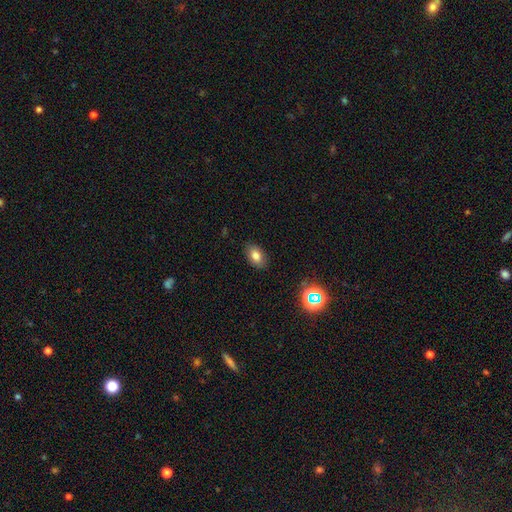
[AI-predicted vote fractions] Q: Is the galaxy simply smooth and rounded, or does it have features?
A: smooth — 79%.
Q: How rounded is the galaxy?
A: in between — 88%.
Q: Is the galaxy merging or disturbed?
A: none — 86%.